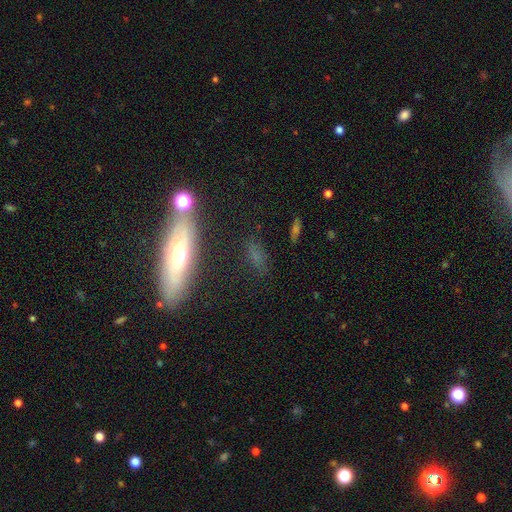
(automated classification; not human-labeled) The model was most divided on "how rounded": cigar-shaped: 46%, in between: 42%, round: 13%. More confident: merging — none (73%); smooth or featured — smooth (51%).